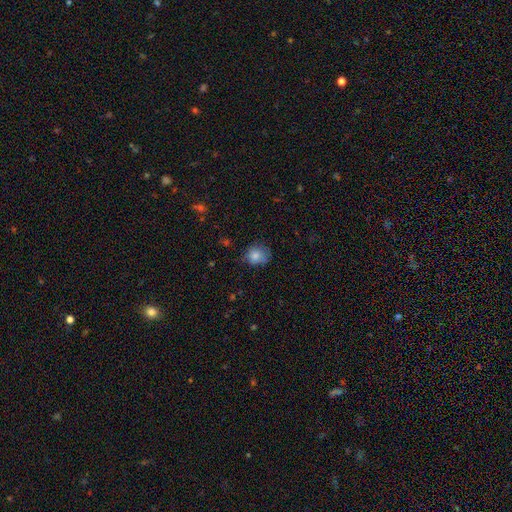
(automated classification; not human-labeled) This is clearly a smooth galaxy (81%). How rounded: likely round (73%). Merging: likely none (63%).